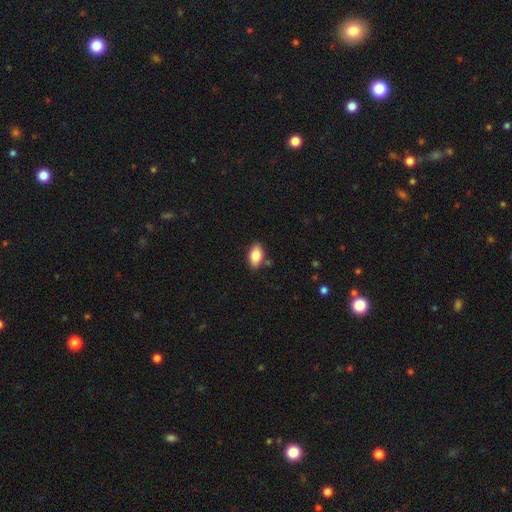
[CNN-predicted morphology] smooth 83%, featured or disk 9%, star or artifact 7%. Down the decision tree: how rounded — in between (92%); merging — none (84%).